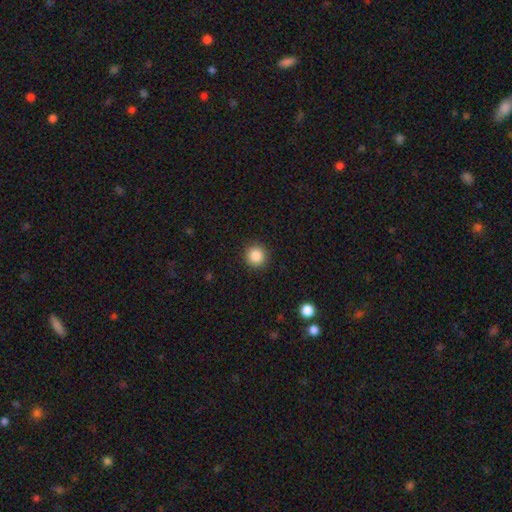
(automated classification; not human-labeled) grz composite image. It shows a smooth galaxy with no disk features (87%) that is round (94%). Merging: none (91%).